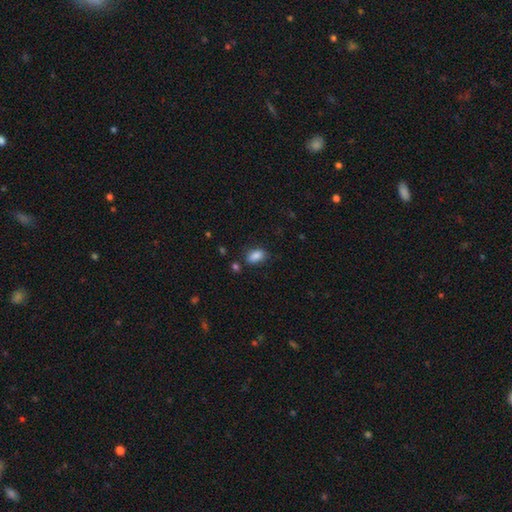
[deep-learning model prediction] smooth_or_featured: smooth (p=0.87) [alt: star or artifact p=0.08]
how_rounded: in between (p=0.89) [alt: round p=0.07]
merging: none (p=0.77) [alt: minor disturbance p=0.15]